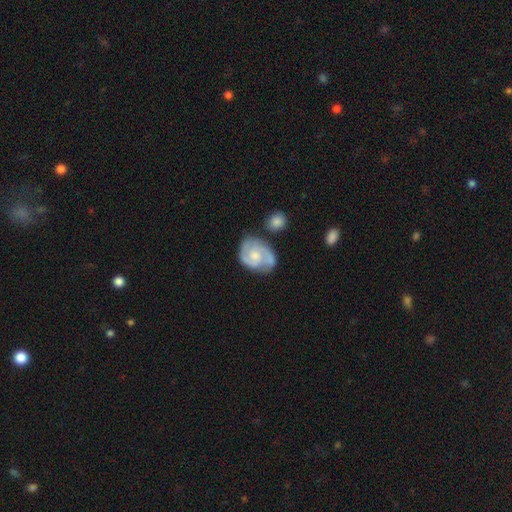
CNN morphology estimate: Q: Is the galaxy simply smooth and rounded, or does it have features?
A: featured or disk — 79%.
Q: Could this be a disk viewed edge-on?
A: no — 98%.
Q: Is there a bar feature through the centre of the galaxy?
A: no — 59%.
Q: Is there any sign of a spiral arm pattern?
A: yes — 95%.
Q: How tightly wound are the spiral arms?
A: tight — 45%.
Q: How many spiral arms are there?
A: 2 — 74%.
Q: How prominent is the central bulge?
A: moderate — 46%.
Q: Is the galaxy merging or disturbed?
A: none — 63%.